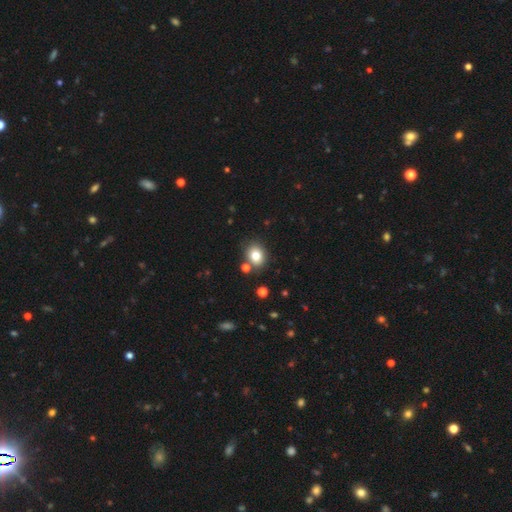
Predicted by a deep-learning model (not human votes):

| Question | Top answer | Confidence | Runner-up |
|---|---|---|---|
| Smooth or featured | smooth | 79% | star or artifact (11%) |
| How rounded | round | 56% | in between (43%) |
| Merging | none | 79% | minor disturbance (10%) |